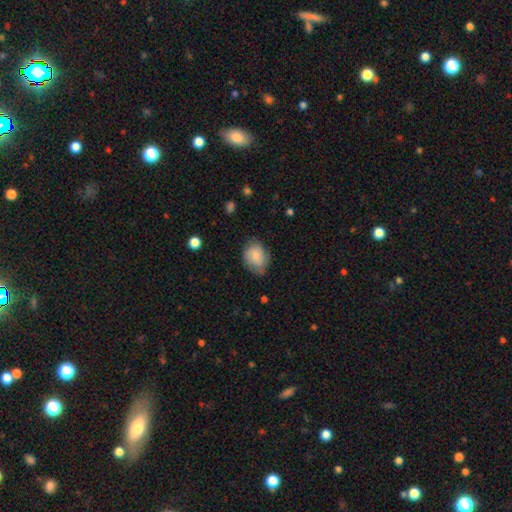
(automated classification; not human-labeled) Smooth or featured? smooth (79%)
How rounded? in between (63%)
Merging? none (64%)